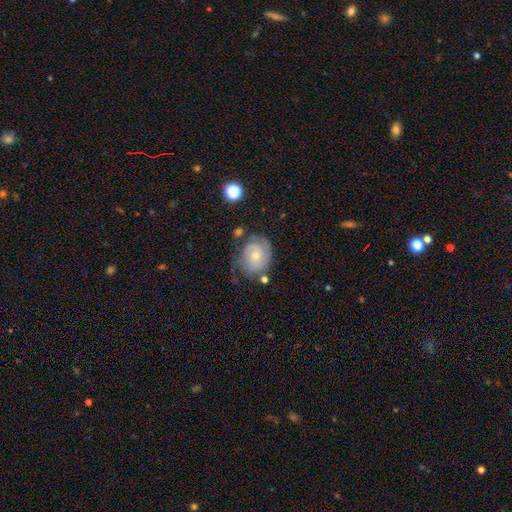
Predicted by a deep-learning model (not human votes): Q: Smooth or featured?
A: featured or disk (69%); runner-up: smooth (25%)
Q: Edge-on disk?
A: no (97%); runner-up: yes (3%)
Q: Bar?
A: no (73%); runner-up: weak (23%)
Q: Spiral arms?
A: yes (87%); runner-up: no (13%)
Q: Spiral winding?
A: tight (58%); runner-up: medium (32%)
Q: Spiral arm count?
A: 2 (41%); runner-up: can't tell (33%)
Q: Bulge size?
A: small (61%); runner-up: moderate (35%)
Q: Merging?
A: none (54%); runner-up: minor disturbance (26%)